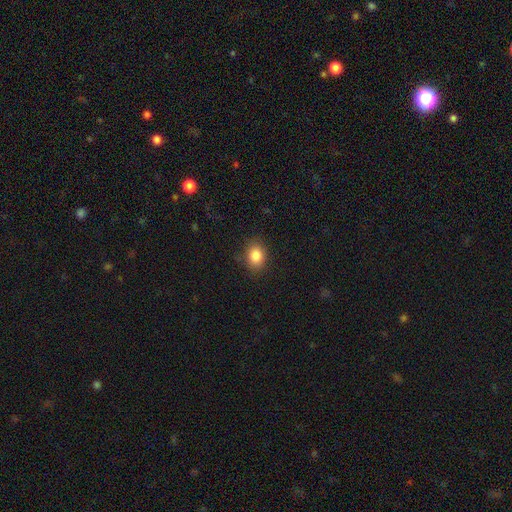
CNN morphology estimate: Smooth or featured: smooth — 85% (star or artifact — 9%)
How rounded: in between — 60% (round — 39%)
Merging: none — 85% (minor disturbance — 11%)